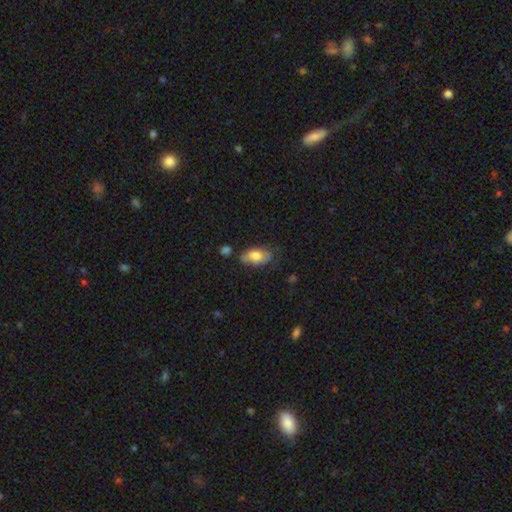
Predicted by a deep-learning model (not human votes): This is likely a smooth galaxy (74%). How rounded: clearly in between (91%). Merging: likely none (62%).